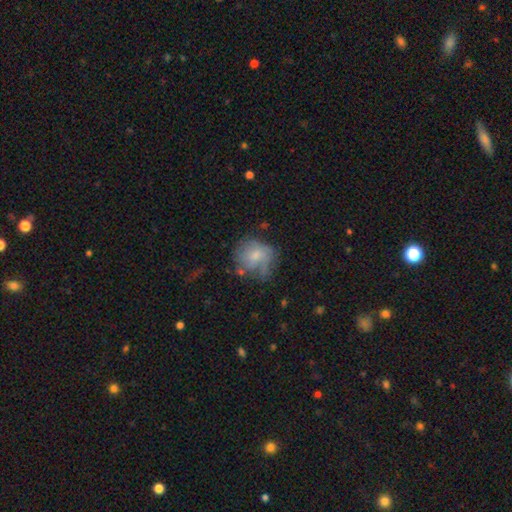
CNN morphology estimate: smooth 51%, featured or disk 39%, star or artifact 9%. Down the decision tree: how rounded — round (71%); merging — none (45%).